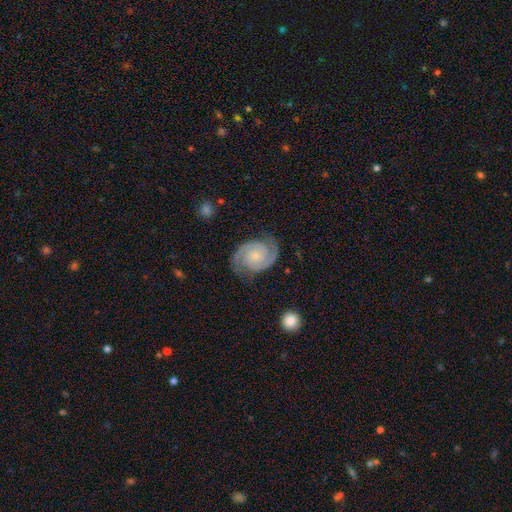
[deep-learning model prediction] This appears to be a featured or disk galaxy (91%) with no bar (73%), 2 (93%) tight (53%) spiral arms (98%) and a small central bulge (67%). Merging: none (82%).